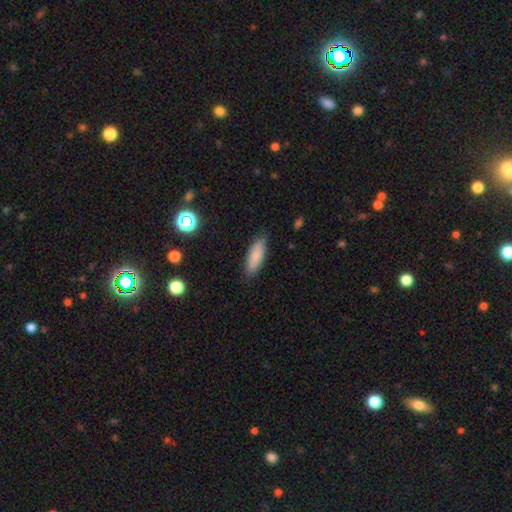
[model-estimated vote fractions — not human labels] Smooth or featured: smooth — 85% (featured or disk — 8%)
How rounded: in between — 52% (cigar-shaped — 46%)
Merging: none — 86% (minor disturbance — 11%)